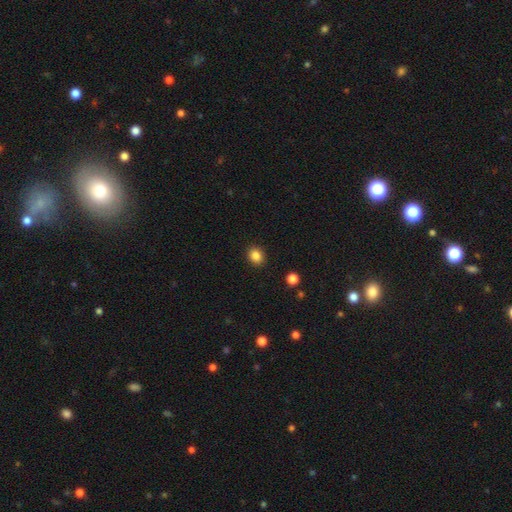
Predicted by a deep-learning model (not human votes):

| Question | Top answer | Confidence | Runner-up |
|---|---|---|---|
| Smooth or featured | smooth | 86% | star or artifact (10%) |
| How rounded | round | 60% | in between (39%) |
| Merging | none | 91% | minor disturbance (6%) |